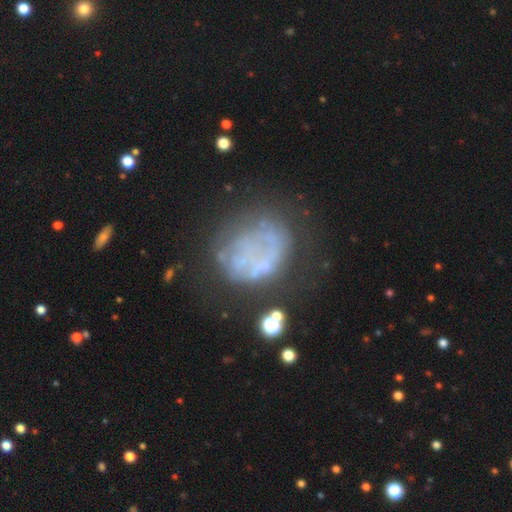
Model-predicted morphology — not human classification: This appears to be a featured or disk galaxy (53%) with no bar (93%), no spiral arms (90%) and no central bulge (82%). Merging: none (44%).